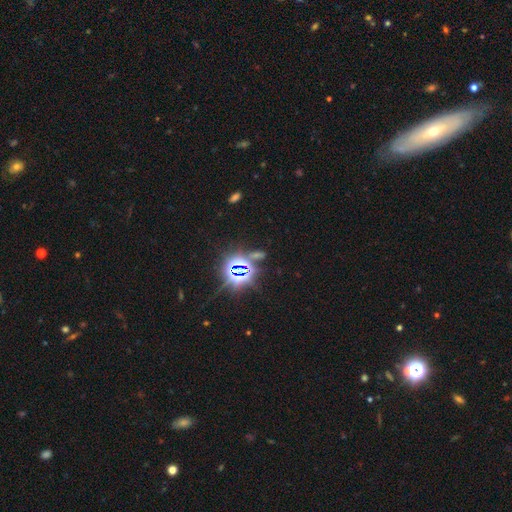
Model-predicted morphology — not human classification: Smooth or featured?
  - star or artifact: 83% *
  - smooth: 10%
  - featured or disk: 7%